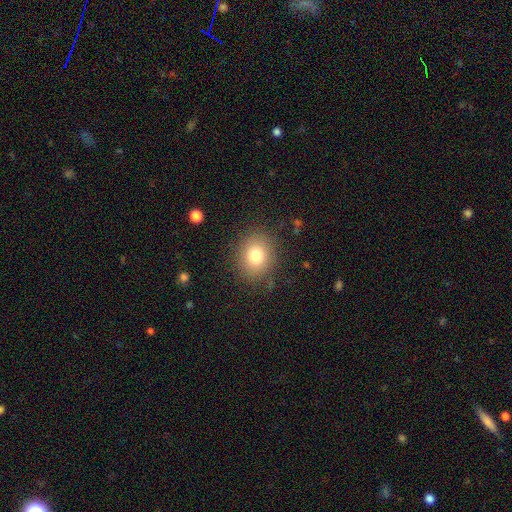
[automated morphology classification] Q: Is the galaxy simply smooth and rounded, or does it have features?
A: smooth — 79%.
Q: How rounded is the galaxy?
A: round — 65%.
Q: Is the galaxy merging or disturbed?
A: none — 84%.